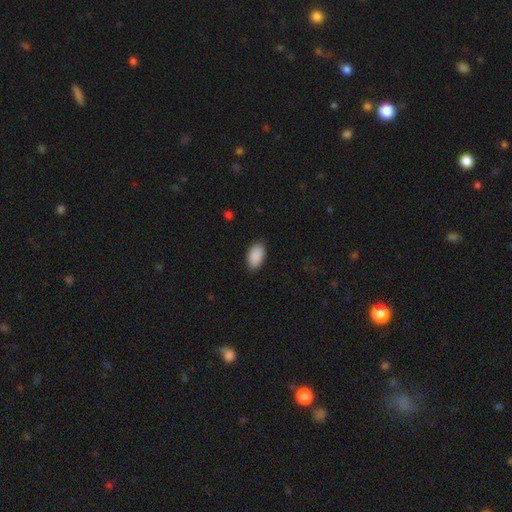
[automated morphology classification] Smooth or featured? Predicted: smooth (p=0.90). How rounded? Predicted: in between (p=0.94). Merging? Predicted: none (p=0.84).